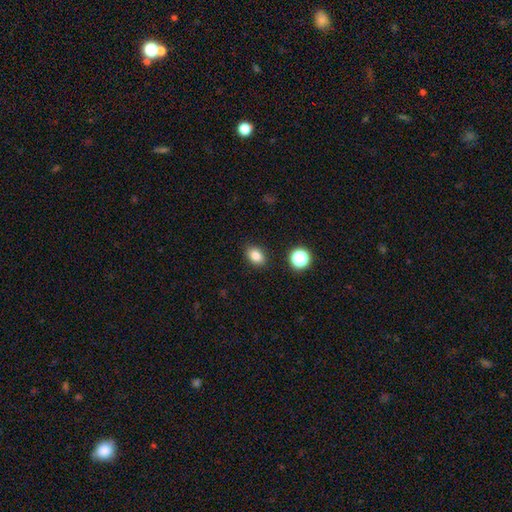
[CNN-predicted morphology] smooth 82%, star or artifact 12%, featured or disk 6%. Down the decision tree: how rounded — in between (70%); merging — none (88%).